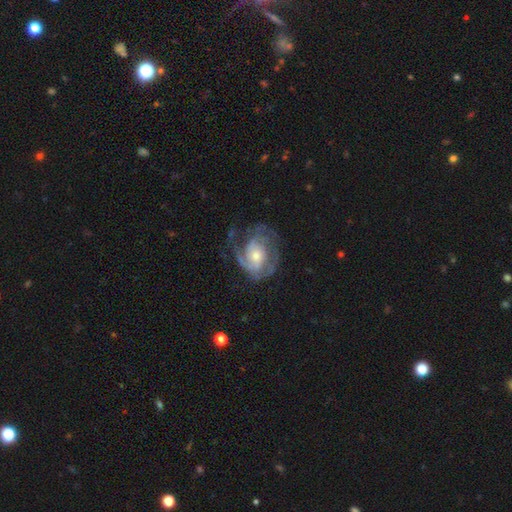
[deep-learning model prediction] Smooth or featured? featured or disk (85%)
Edge-on disk? no (98%)
Bar? no (68%)
Spiral arms? yes (94%)
Spiral winding? tight (52%)
Spiral arm count? 2 (30%)
Bulge size? moderate (56%)
Merging? none (60%)